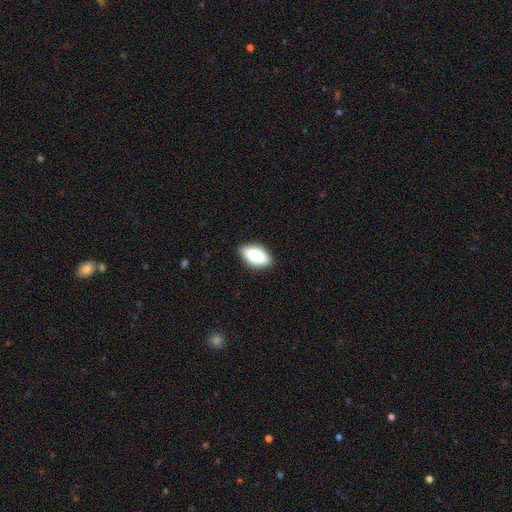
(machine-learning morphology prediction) Smooth or featured: smooth — 83% (featured or disk — 11%)
How rounded: in between — 90% (cigar-shaped — 6%)
Merging: none — 87% (minor disturbance — 10%)